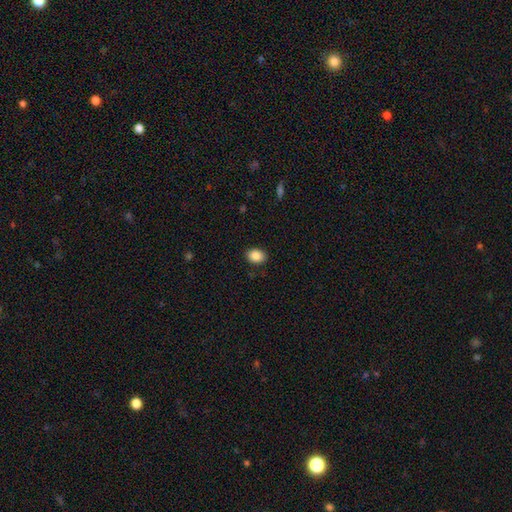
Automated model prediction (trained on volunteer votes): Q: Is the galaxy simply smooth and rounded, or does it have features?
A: smooth — 87%.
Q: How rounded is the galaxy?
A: in between — 71%.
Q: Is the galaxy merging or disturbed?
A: none — 88%.